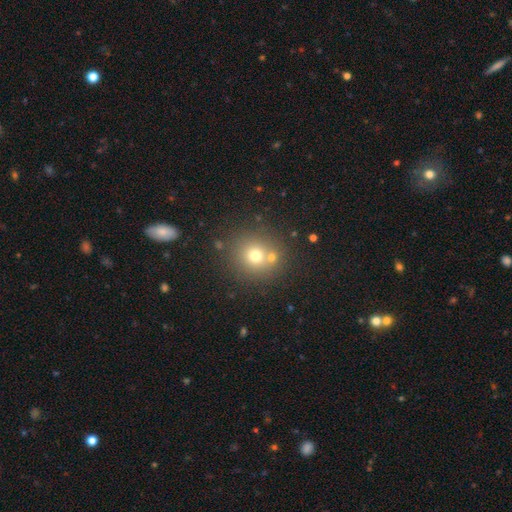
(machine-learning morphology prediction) Smooth or featured? smooth (69%)
How rounded? round (91%)
Merging? none (73%)